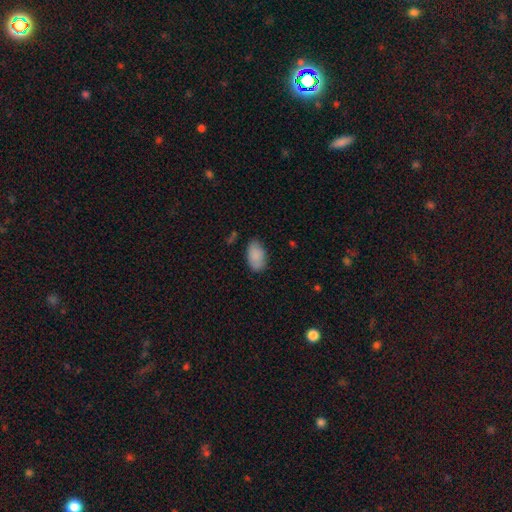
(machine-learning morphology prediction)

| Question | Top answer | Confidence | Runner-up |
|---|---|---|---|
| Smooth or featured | smooth | 88% | star or artifact (7%) |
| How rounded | in between | 93% | round (5%) |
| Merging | none | 79% | minor disturbance (16%) |